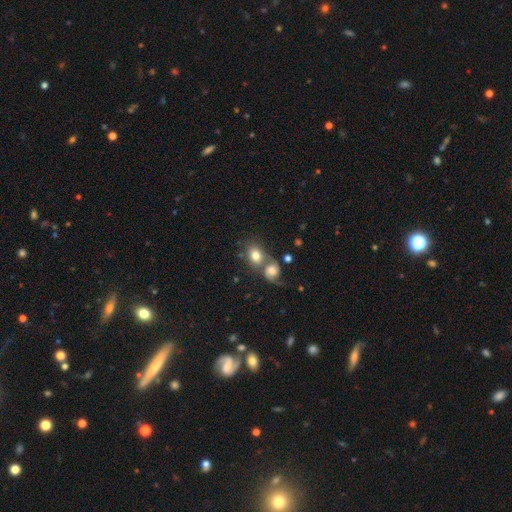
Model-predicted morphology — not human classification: Overall: smooth (70%). How rounded: round (52%; in between 46%). Merging: merger (55%; none 31%).